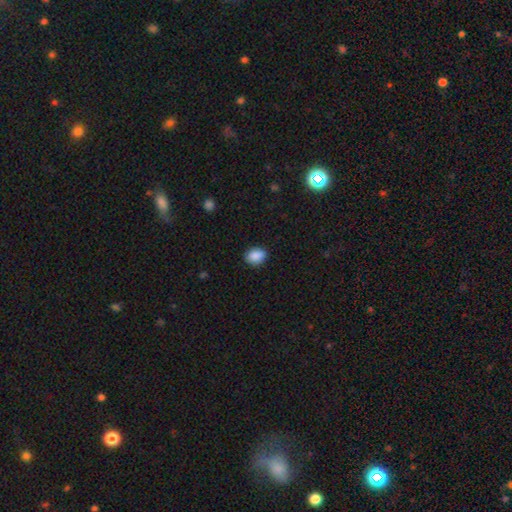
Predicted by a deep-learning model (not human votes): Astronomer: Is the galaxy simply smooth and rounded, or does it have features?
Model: smooth — 89%.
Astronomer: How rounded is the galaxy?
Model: in between — 68%.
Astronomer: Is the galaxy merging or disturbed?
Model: none — 84%.